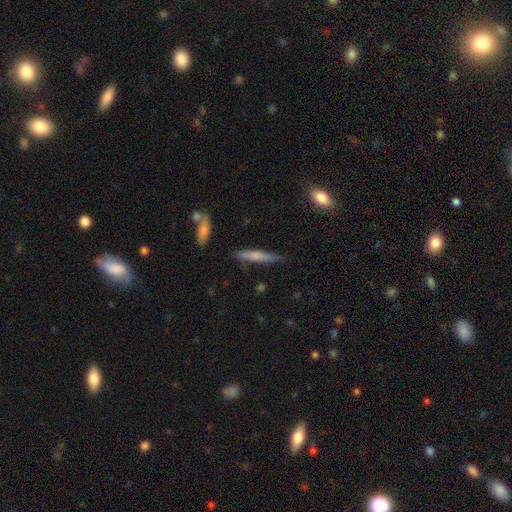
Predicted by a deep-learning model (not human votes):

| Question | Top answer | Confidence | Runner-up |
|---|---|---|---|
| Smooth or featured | smooth | 64% | featured or disk (30%) |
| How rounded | cigar-shaped | 91% | in between (7%) |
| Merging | none | 80% | minor disturbance (15%) |